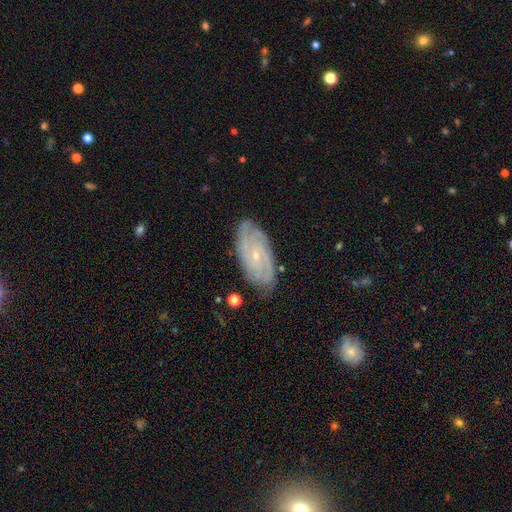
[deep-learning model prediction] Smooth or featured? featured or disk (79%)
Edge-on disk? no (93%)
Bar? no (72%)
Spiral arms? yes (94%)
Spiral winding? tight (70%)
Spiral arm count? can't tell (34%)
Bulge size? small (82%)
Merging? none (80%)